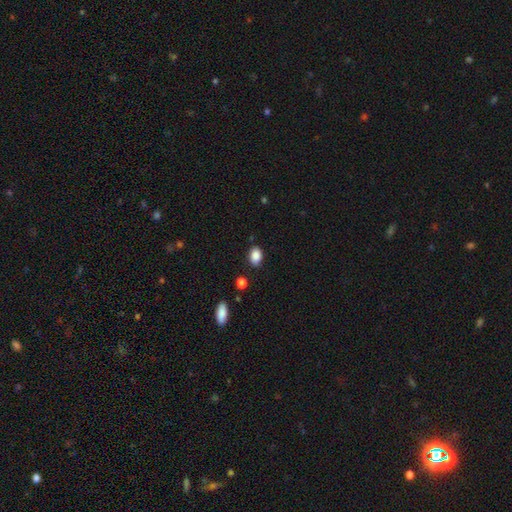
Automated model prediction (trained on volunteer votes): smooth_or_featured: smooth (p=0.87) [alt: star or artifact p=0.09]
how_rounded: in between (p=0.78) [alt: round p=0.21]
merging: none (p=0.82) [alt: minor disturbance p=0.13]